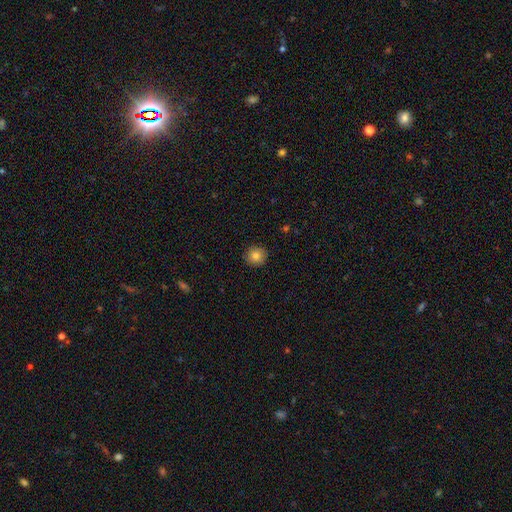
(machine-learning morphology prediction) type=smooth (83%); roundness=round (93%); merging=none (91%).